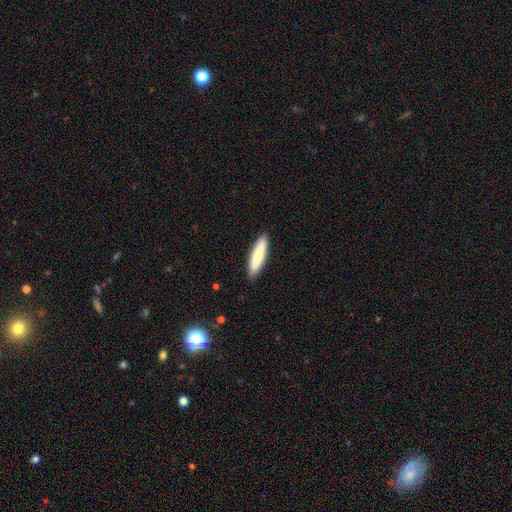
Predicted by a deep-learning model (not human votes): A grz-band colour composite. It shows a smooth galaxy with no disk features (79%) that is cigar-shaped (77%). Merging: none (89%).